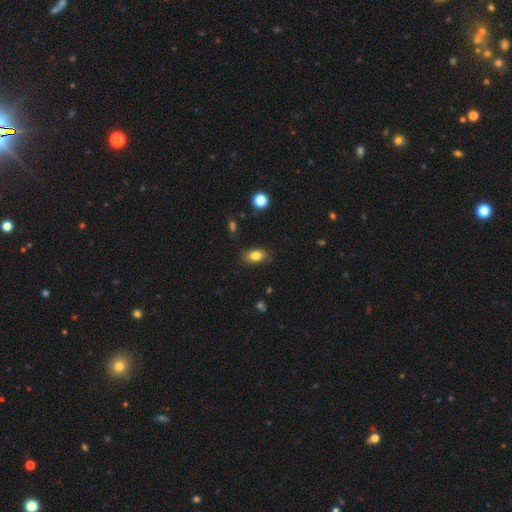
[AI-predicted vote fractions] Smooth or featured? smooth (82%)
How rounded? in between (86%)
Merging? none (81%)